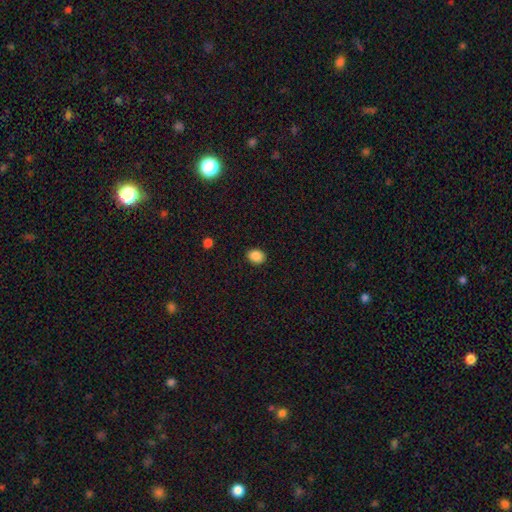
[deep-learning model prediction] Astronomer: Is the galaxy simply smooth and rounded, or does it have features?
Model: smooth — 87%.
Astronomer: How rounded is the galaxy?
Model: in between — 52% (runner-up: round, 47%).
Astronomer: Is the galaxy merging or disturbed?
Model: none — 90%.